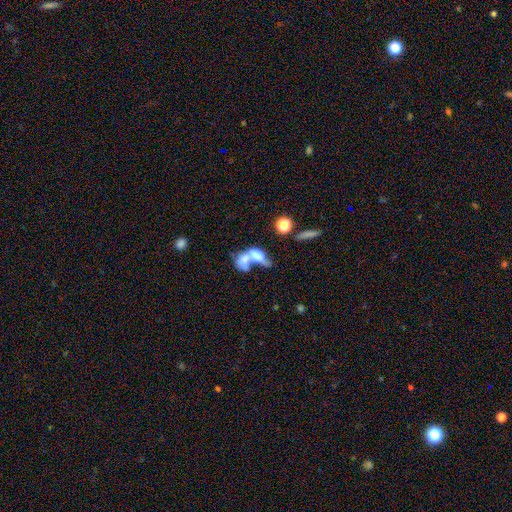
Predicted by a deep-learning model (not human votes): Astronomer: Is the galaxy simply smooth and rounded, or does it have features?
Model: smooth — 53% (runner-up: featured or disk, 36%).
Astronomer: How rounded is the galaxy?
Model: in between — 76%.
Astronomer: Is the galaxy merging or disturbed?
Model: merger — 75%.